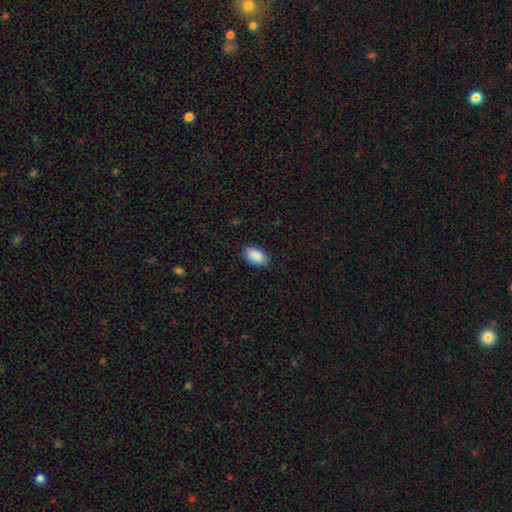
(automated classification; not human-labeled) smooth_or_featured: smooth (p=0.90) [alt: star or artifact p=0.07]
how_rounded: in between (p=0.94) [alt: round p=0.04]
merging: none (p=0.86) [alt: minor disturbance p=0.11]